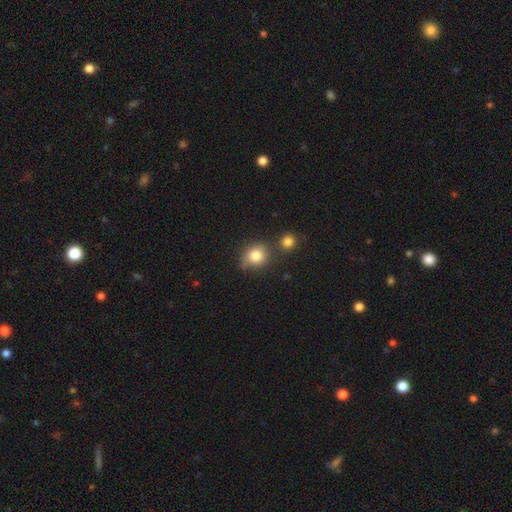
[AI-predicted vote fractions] A smooth galaxy with no disk features (81%) that is round (75%). Merging: none (62%).